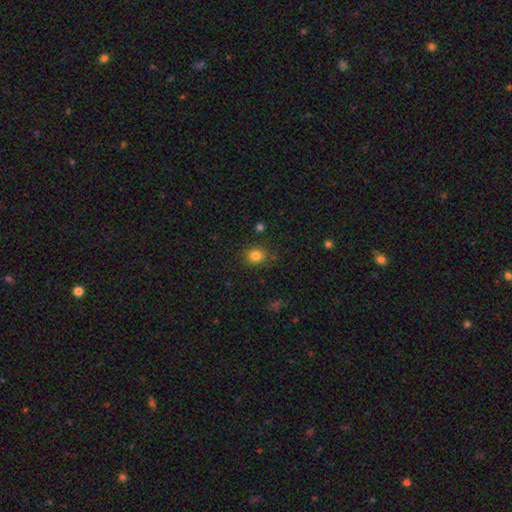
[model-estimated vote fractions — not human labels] Smooth or featured: smooth — 82% (star or artifact — 12%)
How rounded: round — 74% (in between — 25%)
Merging: none — 84% (minor disturbance — 11%)